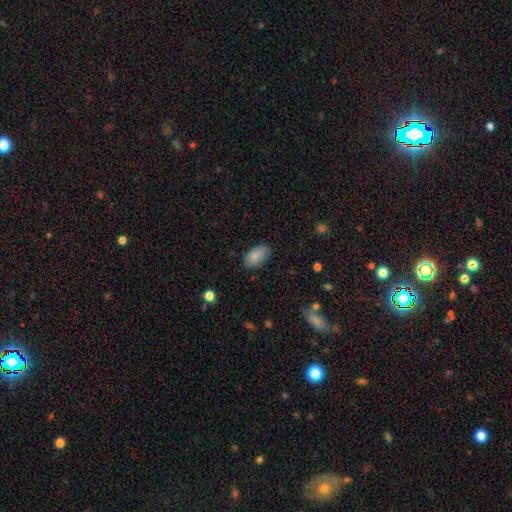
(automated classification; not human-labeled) This is clearly a smooth galaxy (83%). How rounded: clearly in between (94%). Merging: likely none (80%).